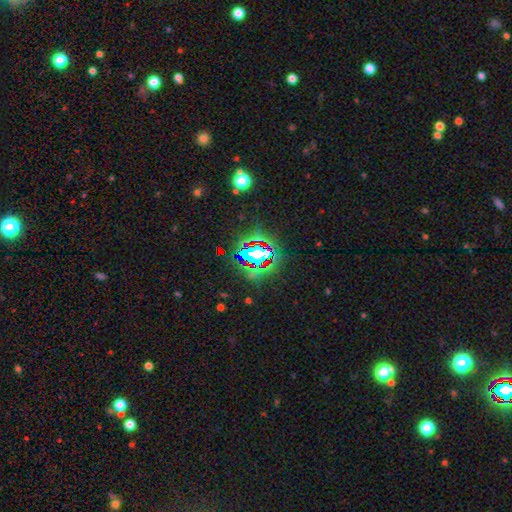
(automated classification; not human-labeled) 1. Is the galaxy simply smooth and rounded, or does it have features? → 70% star or artifact, 17% smooth, 12% featured or disk.